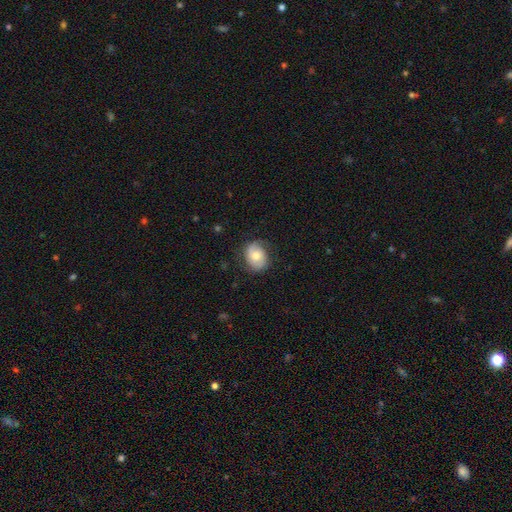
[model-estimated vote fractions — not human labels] Morphology: type=smooth (60%); roundness=in between (50%); merging=none (72%).